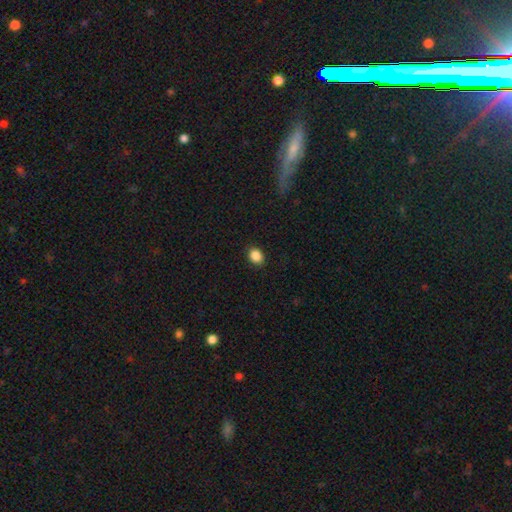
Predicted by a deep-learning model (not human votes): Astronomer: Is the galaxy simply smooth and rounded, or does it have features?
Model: smooth — 87%.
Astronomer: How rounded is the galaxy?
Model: in between — 55% (runner-up: round, 44%).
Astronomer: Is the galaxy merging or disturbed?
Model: none — 90%.